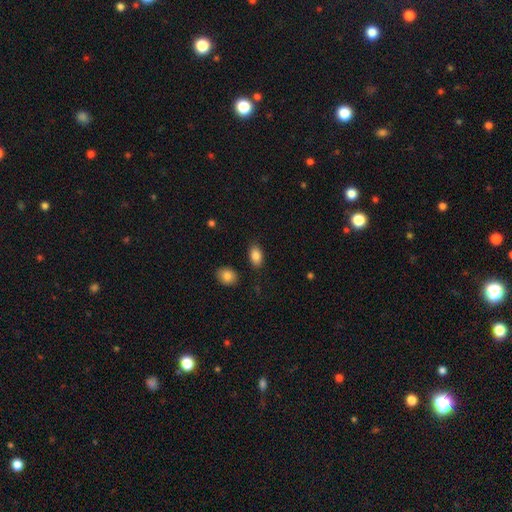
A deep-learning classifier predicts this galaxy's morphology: Overall: smooth (88%). How rounded: in between (90%). Merging: none (85%).